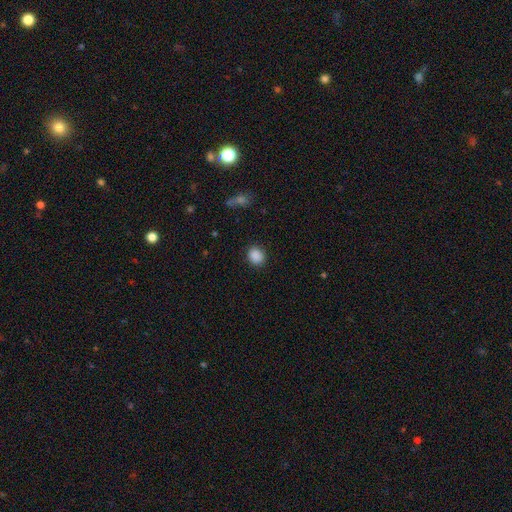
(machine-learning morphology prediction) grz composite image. It shows a smooth galaxy with no disk features (89%) that is round (73%). Merging: none (89%).